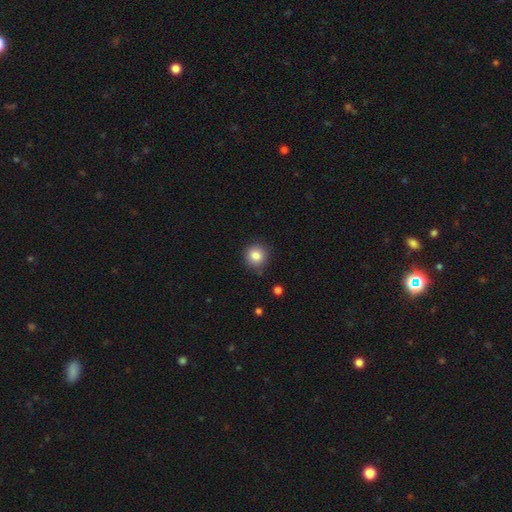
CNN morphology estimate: The model was most divided on "smooth or featured": smooth: 83%, star or artifact: 10%, featured or disk: 7%. More confident: how rounded — round (91%); merging — none (85%).